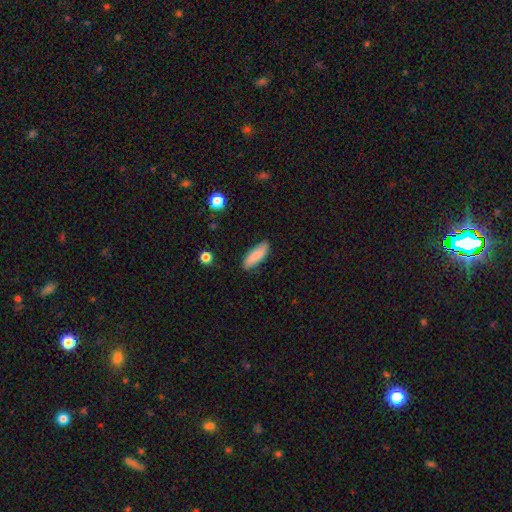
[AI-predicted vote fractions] Smooth or featured: smooth — 83% (featured or disk — 11%)
How rounded: in between — 64% (cigar-shaped — 34%)
Merging: none — 86% (minor disturbance — 11%)